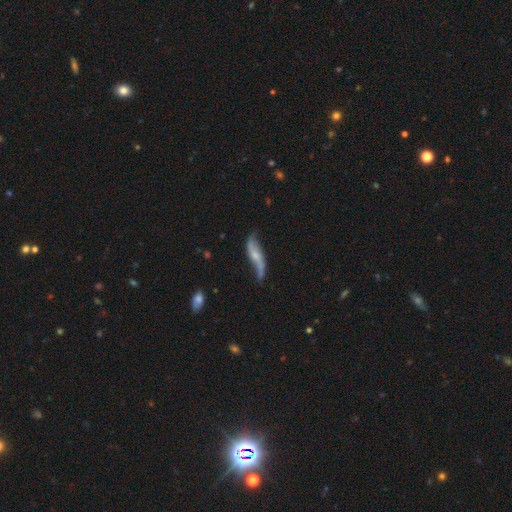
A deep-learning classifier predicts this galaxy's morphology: smooth_or_featured: featured or disk (p=0.72) [alt: smooth p=0.22]
disk_edge_on: no (p=0.77) [alt: yes p=0.23]
bar: no (p=0.57) [alt: weak p=0.31]
has_spiral_arms: yes (p=0.88) [alt: no p=0.12]
bulge_size: small (p=0.56) [alt: moderate p=0.29]
merging: none (p=0.54) [alt: minor disturbance p=0.28]